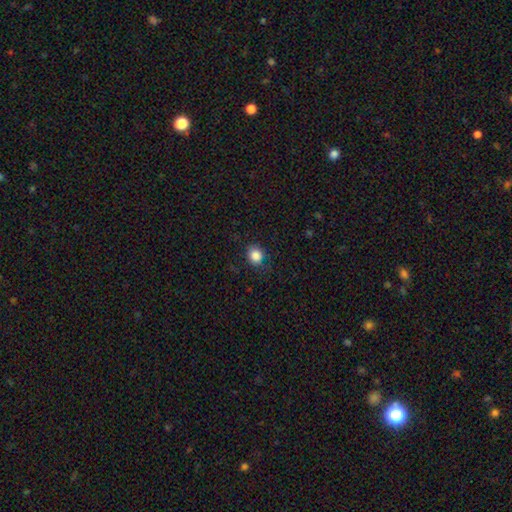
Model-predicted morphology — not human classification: A smooth galaxy with no disk features (85%) that is round (77%). Merging: none (81%).